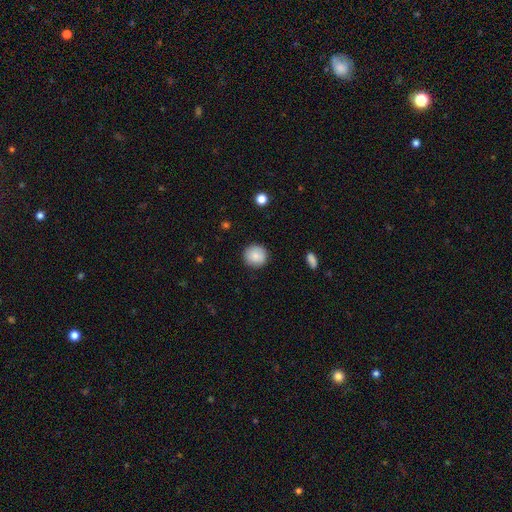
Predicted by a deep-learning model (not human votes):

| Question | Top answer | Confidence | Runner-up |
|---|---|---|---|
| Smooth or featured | smooth | 85% | star or artifact (8%) |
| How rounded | round | 94% | in between (5%) |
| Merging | none | 90% | minor disturbance (7%) |